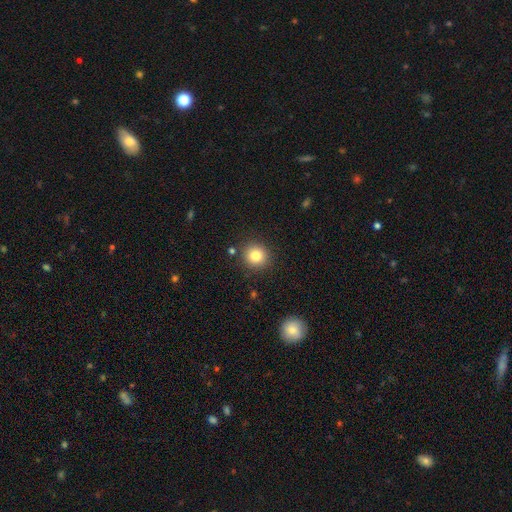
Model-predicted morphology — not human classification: Smooth or featured?
  - smooth: 83% *
  - star or artifact: 11%
  - featured or disk: 7%
How rounded?
  - round: 91% *
  - in between: 8%
  - cigar-shaped: 1%
Merging?
  - none: 88% *
  - minor disturbance: 7%
  - merger: 3%
  - major disturbance: 2%